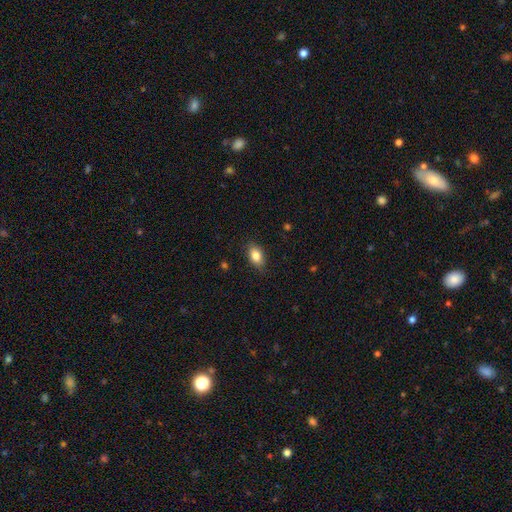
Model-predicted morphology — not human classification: Smooth or featured? Predicted: smooth (p=0.84). How rounded? Predicted: in between (p=0.86). Merging? Predicted: none (p=0.84).